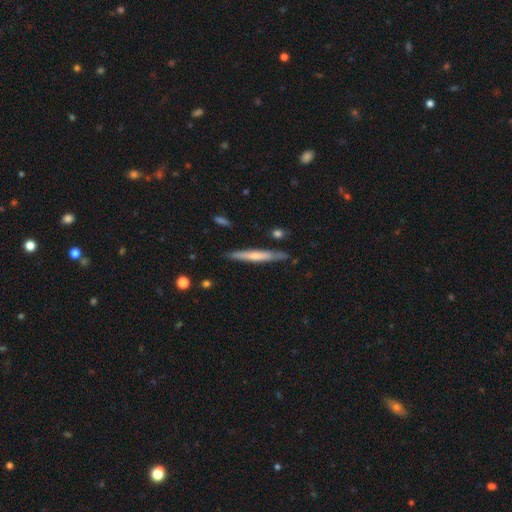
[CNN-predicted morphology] smooth-or-featured: smooth: 49% | featured or disk: 45% | star or artifact: 5%
  merging: none: 85% | minor disturbance: 11% | merger: 2% | major disturbance: 2%